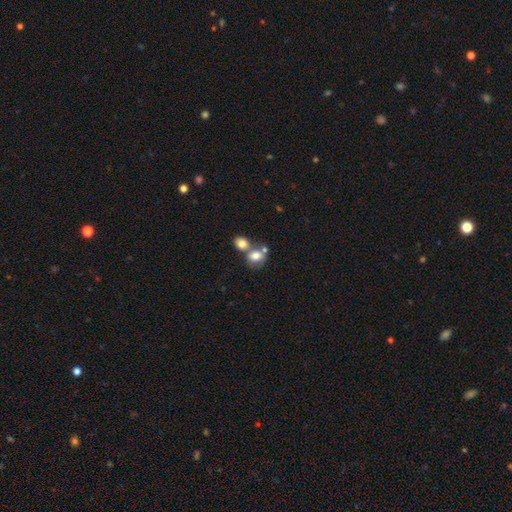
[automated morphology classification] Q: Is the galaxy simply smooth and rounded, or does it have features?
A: smooth — 74%.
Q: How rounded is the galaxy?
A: round — 50%.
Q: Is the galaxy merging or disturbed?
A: merger — 53%.